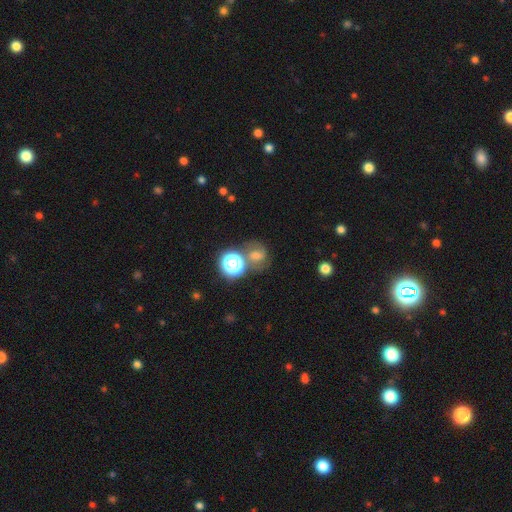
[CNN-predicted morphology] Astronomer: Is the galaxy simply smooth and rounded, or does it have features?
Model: smooth — 40% (runner-up: featured or disk, 32%).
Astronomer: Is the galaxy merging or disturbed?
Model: none — 62%.